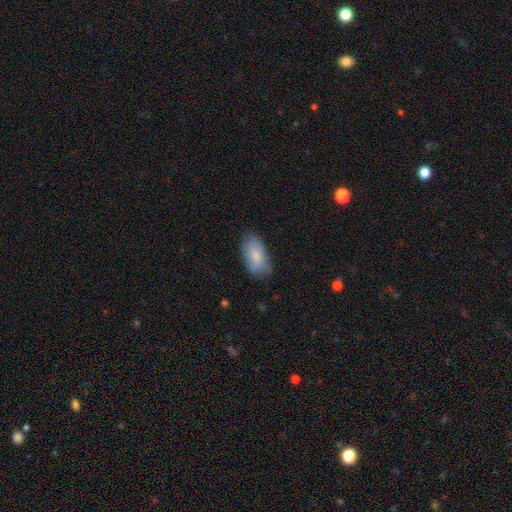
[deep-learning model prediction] The model was most divided on "merging": none: 70%, minor disturbance: 24%, major disturbance: 5%, merger: 1%. More confident: how rounded — in between (94%); smooth or featured — smooth (79%).